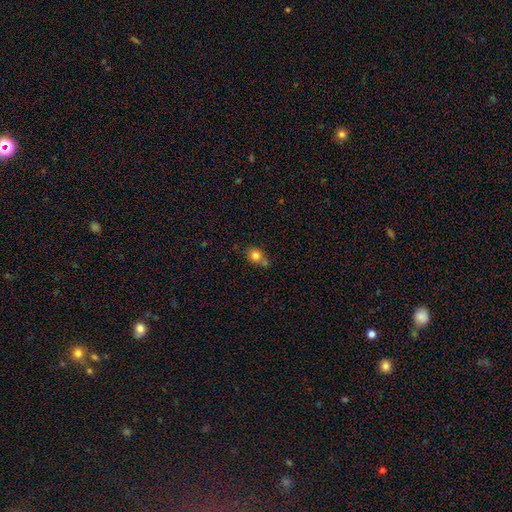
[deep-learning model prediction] smooth 80%, star or artifact 11%, featured or disk 9%. Down the decision tree: how rounded — round (69%); merging — none (50%).